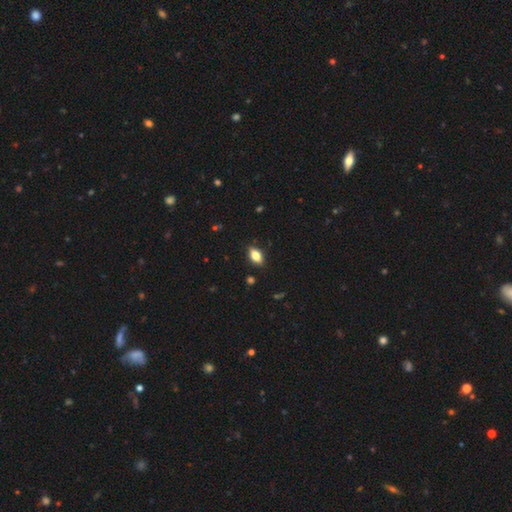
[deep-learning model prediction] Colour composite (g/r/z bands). It shows a smooth galaxy with no disk features (74%) that is in between round and cigar-shaped (87%). Merging: none (86%).